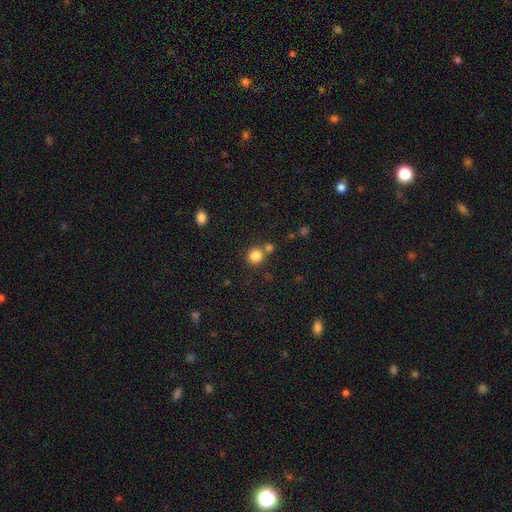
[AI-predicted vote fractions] Morphology: type=smooth (84%); roundness=round (89%); merging=none (68%).